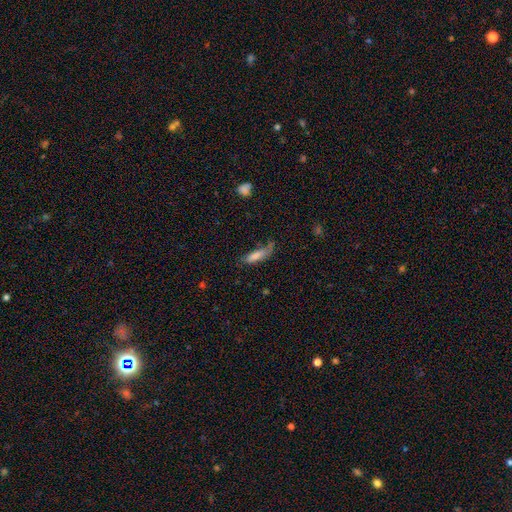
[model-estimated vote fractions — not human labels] Q: Smooth or featured?
A: smooth (73%); runner-up: featured or disk (18%)
Q: How rounded?
A: cigar-shaped (65%); runner-up: in between (33%)
Q: Merging?
A: none (47%); runner-up: minor disturbance (31%)